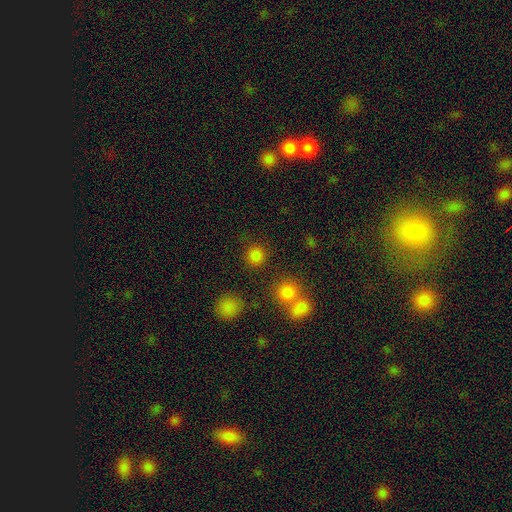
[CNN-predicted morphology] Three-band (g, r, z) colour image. It shows a smooth galaxy with no disk features (81%) that is round (92%). Merging: none (83%).